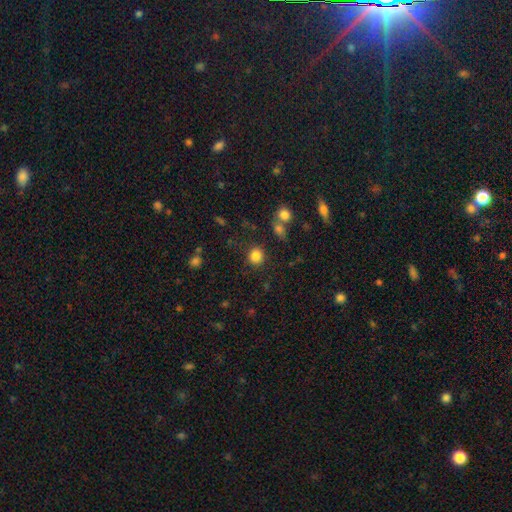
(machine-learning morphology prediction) type=smooth (84%); roundness=round (87%); merging=none (83%).